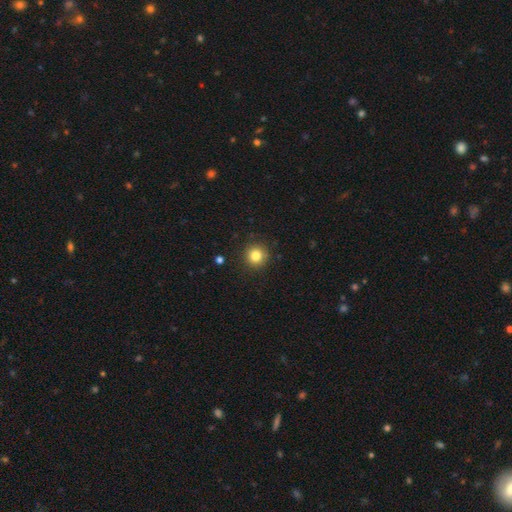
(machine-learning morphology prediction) A smooth galaxy with no disk features (82%) that is round (94%).

Vote fractions:
- Smooth or featured? smooth: 82% / star or artifact: 12% / featured or disk: 6%
- How rounded? round: 94% / in between: 5% / cigar-shaped: 1%
- Merging? none: 91% / minor disturbance: 6% / major disturbance: 2% / merger: 1%